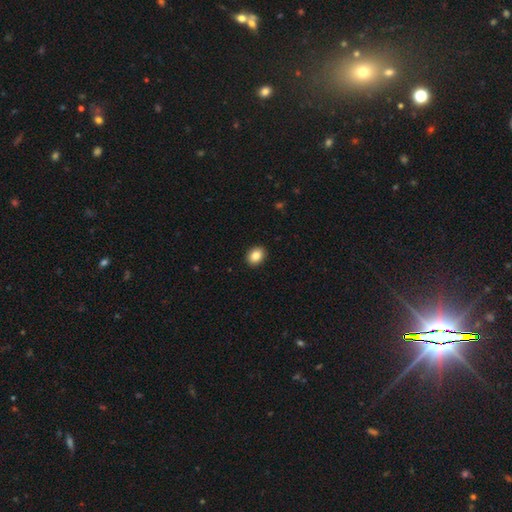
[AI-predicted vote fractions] Smooth or featured: smooth — 85% (star or artifact — 9%)
How rounded: in between — 60% (round — 39%)
Merging: none — 92% (minor disturbance — 6%)